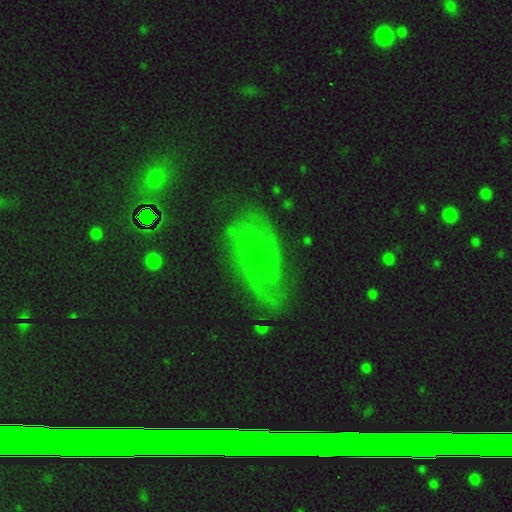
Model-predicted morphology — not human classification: The model was most divided on "spiral winding": tight: 42%, medium: 41%, loose: 17%. Remaining: edge-on disk — no (94%); spiral arms — yes (85%); bulge size — small (76%); bar — no (70%); merging — none (68%); smooth or featured — featured or disk (65%); spiral arm count — 2 (40%).